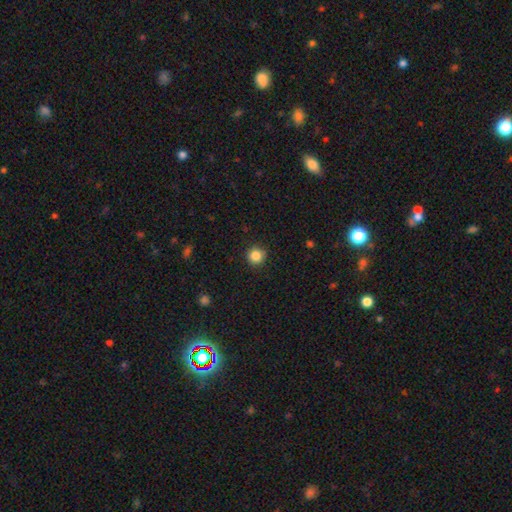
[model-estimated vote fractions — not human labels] A smooth galaxy with no disk features (85%) that is round (94%).

Vote fractions:
- Smooth or featured? smooth: 85% / star or artifact: 11% / featured or disk: 4%
- How rounded? round: 94% / in between: 5% / cigar-shaped: 1%
- Merging? none: 91% / minor disturbance: 6% / major disturbance: 2% / merger: 1%